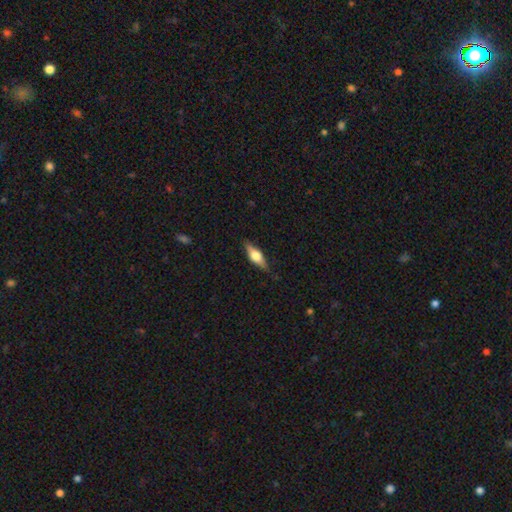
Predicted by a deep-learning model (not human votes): Smooth or featured?
  - featured or disk: 57% *
  - smooth: 37%
  - star or artifact: 6%
Edge-on disk?
  - yes: 95% *
  - no: 5%
Edge-on bulge?
  - rounded: 93% *
  - boxy: 6%
  - none: 2%
Merging?
  - none: 85% *
  - minor disturbance: 12%
  - major disturbance: 2%
  - merger: 1%